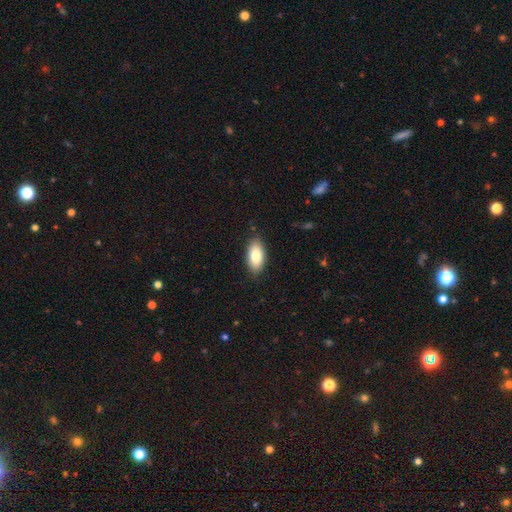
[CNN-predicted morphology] smooth 85%, featured or disk 9%, star or artifact 6%. Down the decision tree: how rounded — in between (91%); merging — none (87%).